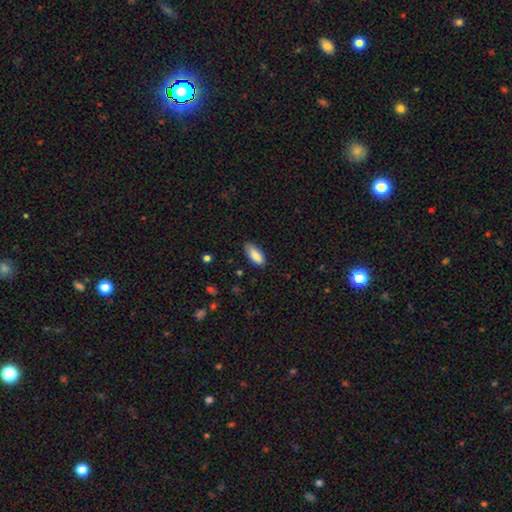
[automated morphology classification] Smooth or featured: smooth — 88% (star or artifact — 6%)
How rounded: in between — 82% (cigar-shaped — 16%)
Merging: none — 80% (minor disturbance — 17%)